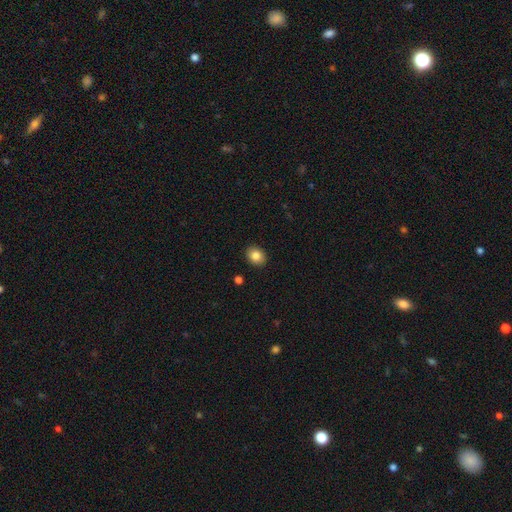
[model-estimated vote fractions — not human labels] Smooth or featured?
  - smooth: 85% *
  - star or artifact: 9%
  - featured or disk: 7%
How rounded?
  - in between: 50% *
  - round: 49%
  - cigar-shaped: 1%
Merging?
  - none: 91% *
  - minor disturbance: 7%
  - major disturbance: 2%
  - merger: 1%